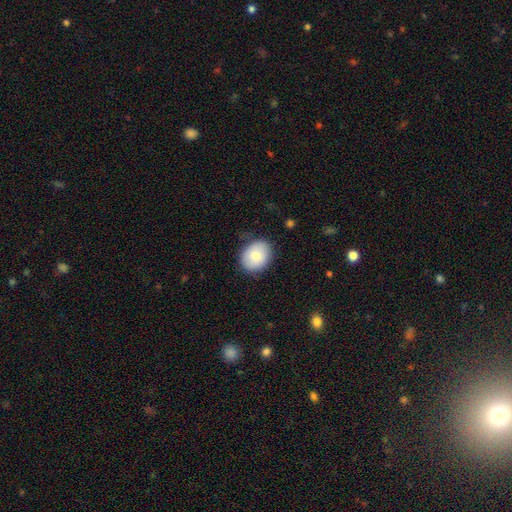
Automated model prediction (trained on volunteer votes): Smooth or featured: smooth — 77% (featured or disk — 16%)
How rounded: in between — 54% (round — 45%)
Merging: none — 79% (minor disturbance — 16%)